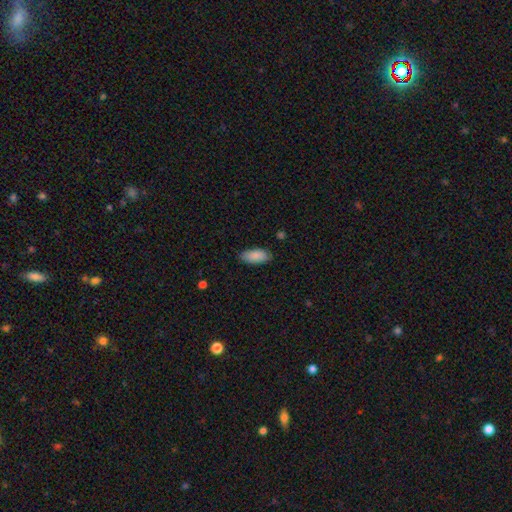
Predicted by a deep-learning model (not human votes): Q: Smooth or featured?
A: smooth (88%); runner-up: star or artifact (6%)
Q: How rounded?
A: in between (88%); runner-up: cigar-shaped (10%)
Q: Merging?
A: none (84%); runner-up: minor disturbance (13%)